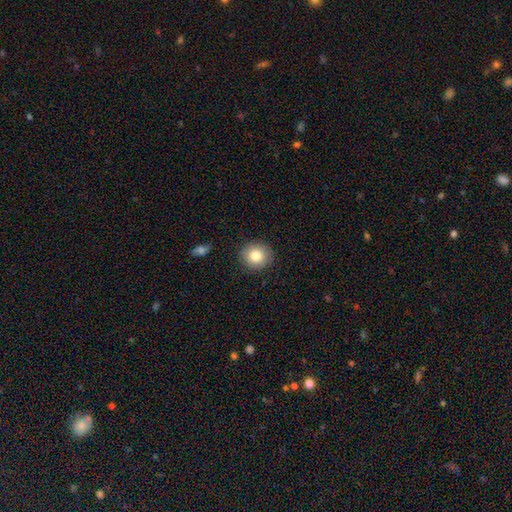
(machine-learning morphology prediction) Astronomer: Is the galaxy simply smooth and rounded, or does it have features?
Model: smooth — 82%.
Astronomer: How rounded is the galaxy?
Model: round — 89%.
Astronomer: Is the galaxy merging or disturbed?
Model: none — 89%.